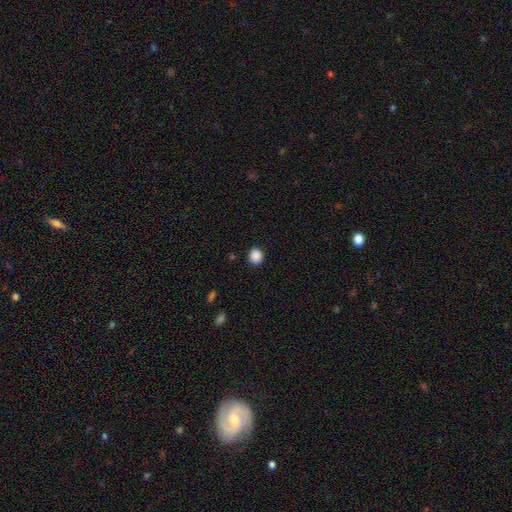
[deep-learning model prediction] smooth 88%, star or artifact 10%, featured or disk 2%. Down the decision tree: how rounded — round (88%); merging — none (91%).